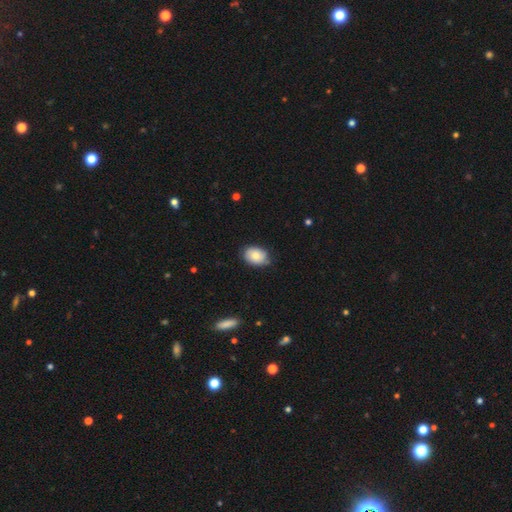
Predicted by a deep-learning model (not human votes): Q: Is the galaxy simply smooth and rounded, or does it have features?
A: smooth — 81%.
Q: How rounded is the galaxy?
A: in between — 76%.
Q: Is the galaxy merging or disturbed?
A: none — 75%.